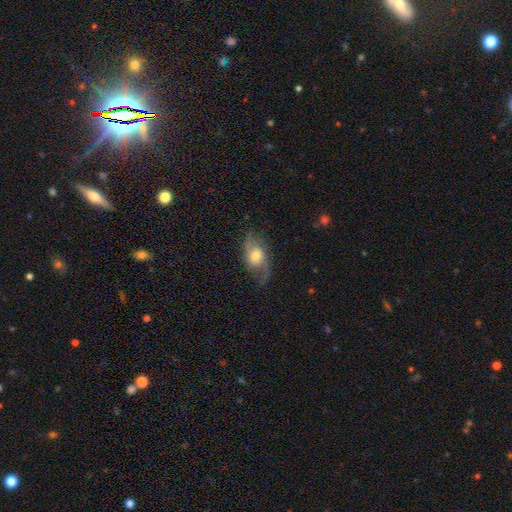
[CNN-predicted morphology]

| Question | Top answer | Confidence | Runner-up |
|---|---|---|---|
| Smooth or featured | featured or disk | 51% | smooth (41%) |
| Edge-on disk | no | 85% | yes (15%) |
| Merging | none | 65% | minor disturbance (22%) |